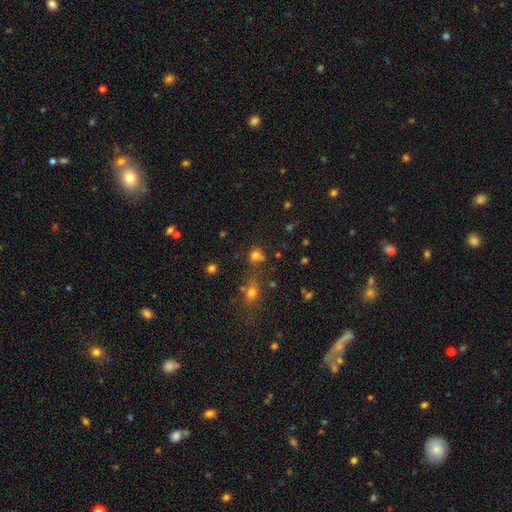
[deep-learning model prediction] smooth_or_featured: smooth (p=0.71) [alt: star or artifact p=0.21]
how_rounded: round (p=0.76) [alt: in between p=0.22]
merging: none (p=0.56) [alt: merger p=0.23]